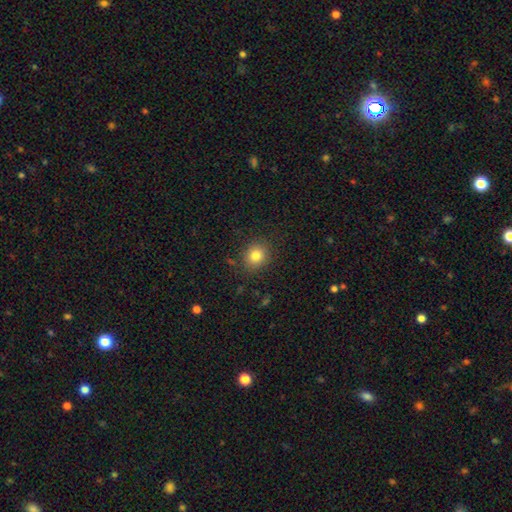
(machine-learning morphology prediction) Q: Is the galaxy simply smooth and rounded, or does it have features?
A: smooth — 81%.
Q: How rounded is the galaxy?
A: round — 74%.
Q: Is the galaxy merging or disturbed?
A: none — 86%.